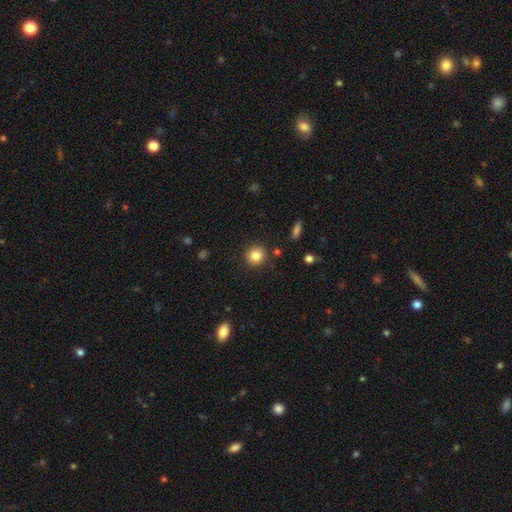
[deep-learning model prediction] smooth 84%, star or artifact 10%, featured or disk 6%. Down the decision tree: how rounded — round (90%); merging — none (89%).